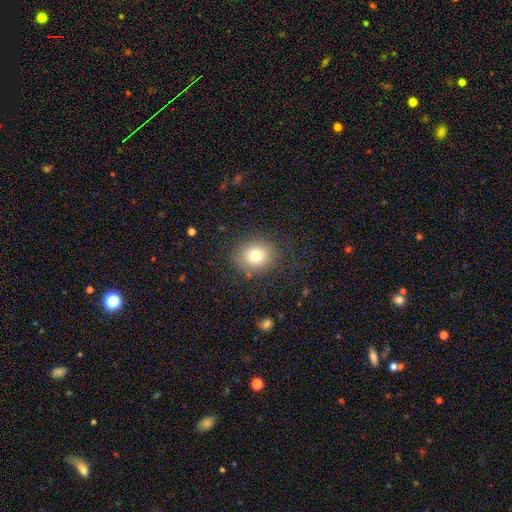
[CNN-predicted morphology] Overall: smooth (77%). How rounded: round (69%; in between 30%). Merging: none (84%).